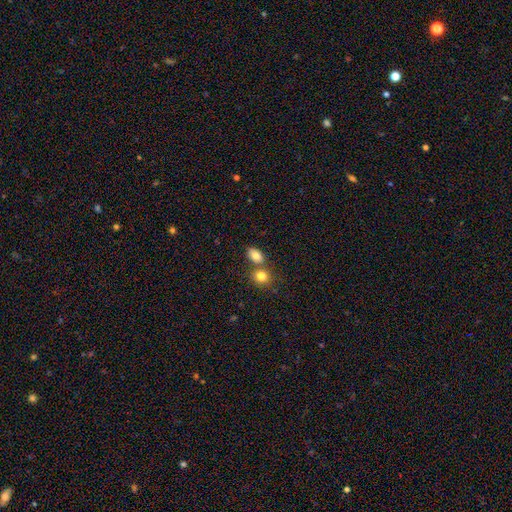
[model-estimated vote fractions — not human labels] Smooth or featured: smooth — 81% (star or artifact — 10%)
How rounded: in between — 78% (round — 20%)
Merging: none — 53% (merger — 35%)